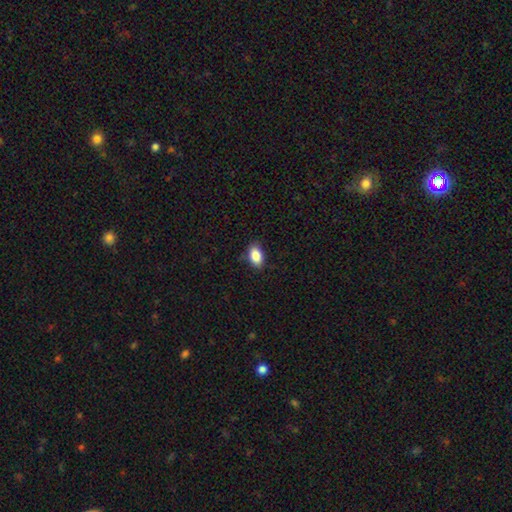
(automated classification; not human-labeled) Morphology: type=smooth (88%); roundness=in between (90%); merging=none (85%).